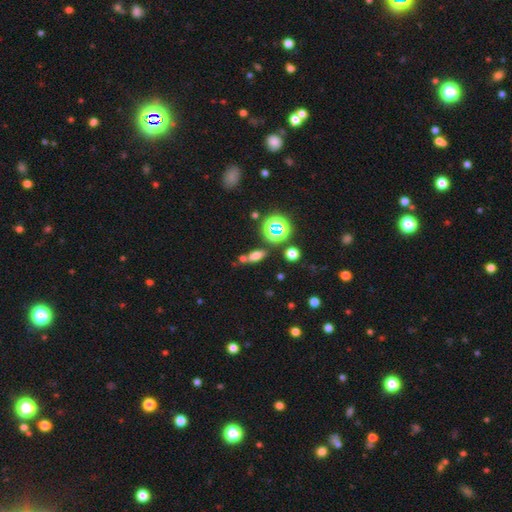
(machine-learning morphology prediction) Smooth or featured? Predicted: smooth (p=0.60). How rounded? Predicted: in between (p=0.64). Merging? Predicted: none (p=0.60).